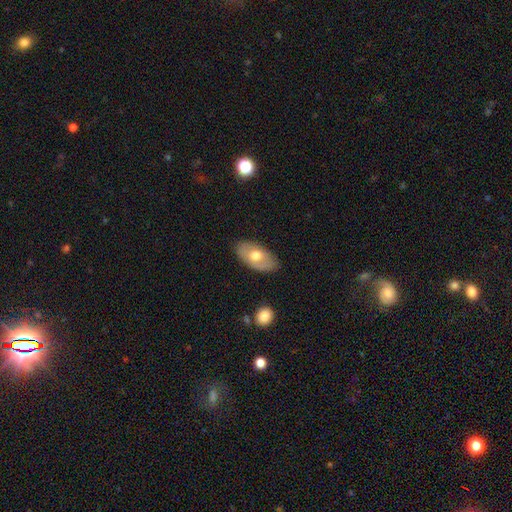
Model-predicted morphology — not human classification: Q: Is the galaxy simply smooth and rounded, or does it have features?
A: smooth — 57%.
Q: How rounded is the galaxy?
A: in between — 92%.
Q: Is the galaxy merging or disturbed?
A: none — 80%.